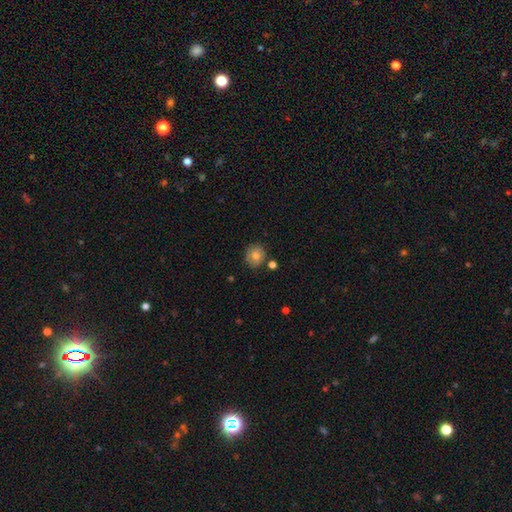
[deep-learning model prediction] A smooth galaxy with no disk features (69%) that is round (81%). Merging: none (79%).